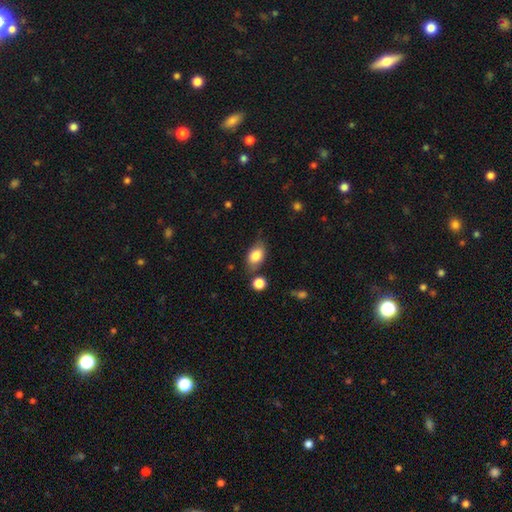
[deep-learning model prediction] This appears to be a smooth galaxy with no disk features (81%) that is in between round and cigar-shaped (85%). Merging: none (68%).